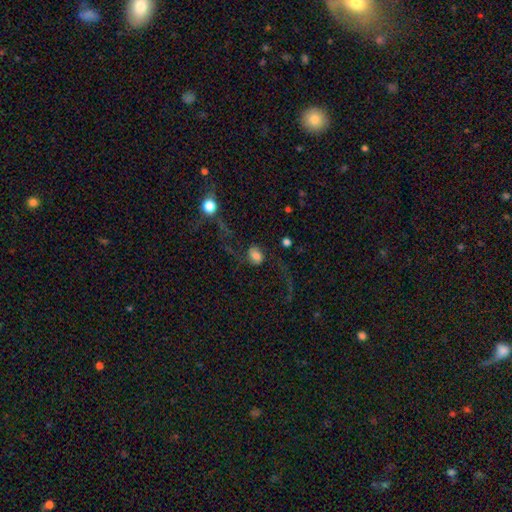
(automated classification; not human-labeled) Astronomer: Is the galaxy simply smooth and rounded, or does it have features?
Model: featured or disk — 46% (runner-up: smooth, 42%).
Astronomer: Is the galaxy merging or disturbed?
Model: none — 45% (runner-up: major disturbance, 32%).